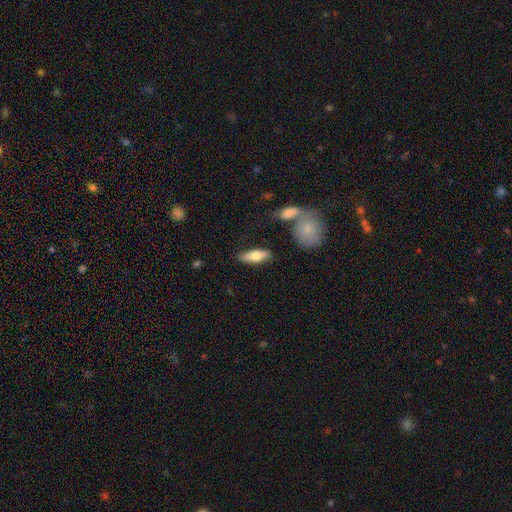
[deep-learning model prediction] Overall: smooth (63%; featured or disk 31%). How rounded: in between (56%; cigar-shaped 41%). Merging: none (82%).